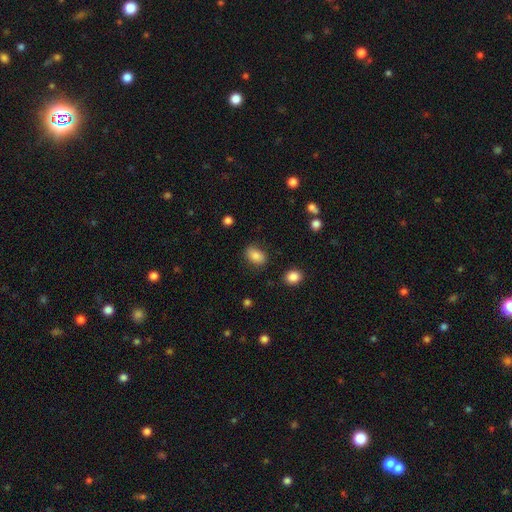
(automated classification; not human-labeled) Smooth or featured: smooth — 85% (star or artifact — 9%)
How rounded: in between — 84% (round — 15%)
Merging: none — 82% (minor disturbance — 13%)